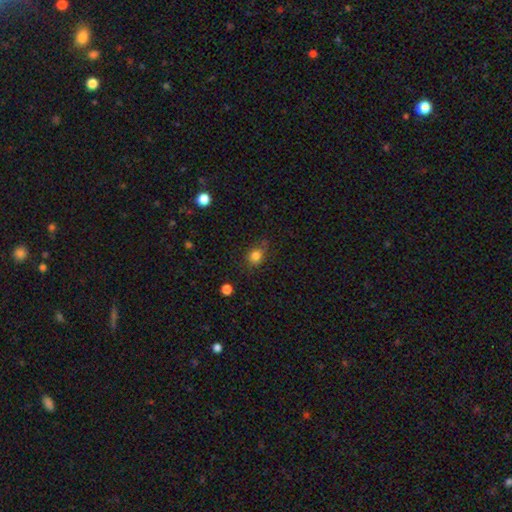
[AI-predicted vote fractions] A smooth galaxy with no disk features (81%) that is round (66%). Merging: none (71%).